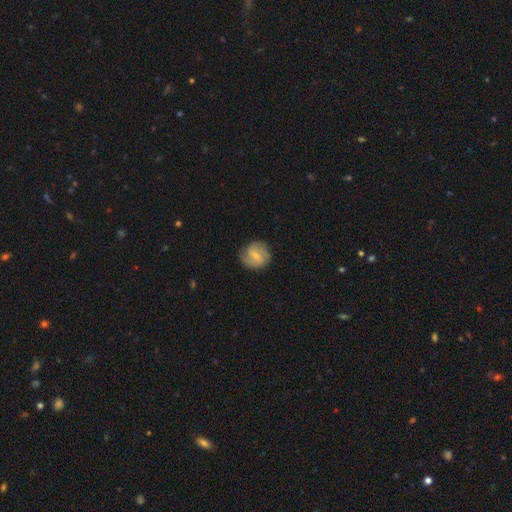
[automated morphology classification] smooth-or-featured: featured or disk: 58% | smooth: 35% | star or artifact: 7%
  disk-edge-on: no: 97% | yes: 3%
    bar: weak: 53% | no: 31% | strong: 16%
    has-spiral-arms: yes: 88% | no: 12%
    bulge-size: small: 63% | moderate: 31% | none: 4% | large: 1% | dominant: 1%
  merging: none: 76% | minor disturbance: 17% | major disturbance: 5% | merger: 1%